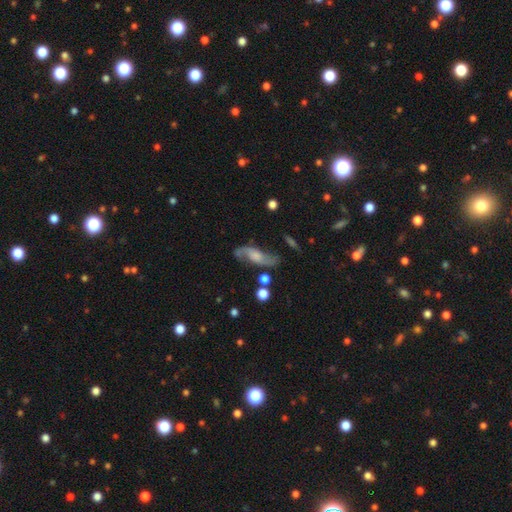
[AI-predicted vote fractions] A featured or disk galaxy (72%) with no bar (57%), 2 (89%) loose (66%) spiral arms (92%) and a moderate central bulge (32%).

Vote fractions:
- Smooth or featured? featured or disk: 72% / smooth: 20% / star or artifact: 8%
- Edge-on disk? no: 86% / yes: 14%
- Bar? no: 57% / weak: 34% / strong: 10%
- Spiral arms? yes: 92% / no: 8%
- Spiral winding? loose: 66% / medium: 26% / tight: 8%
- Spiral arm count? 2: 89% / can't tell: 5% / 1: 3% / 3: 1% / 4: 1% / more than 4: 1%
- Bulge size? moderate: 32% / small: 28% / none: 22% / large: 15% / dominant: 3%
- Merging? none: 64% / minor disturbance: 20% / major disturbance: 11% / merger: 6%